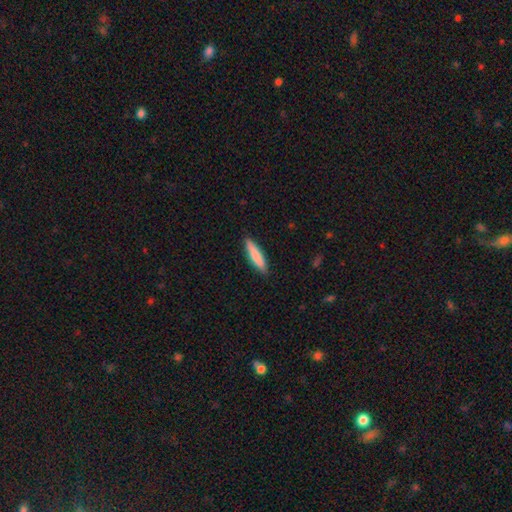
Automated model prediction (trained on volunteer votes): This is clearly a smooth galaxy (83%). How rounded: clearly cigar-shaped (82%). Merging: clearly none (89%).